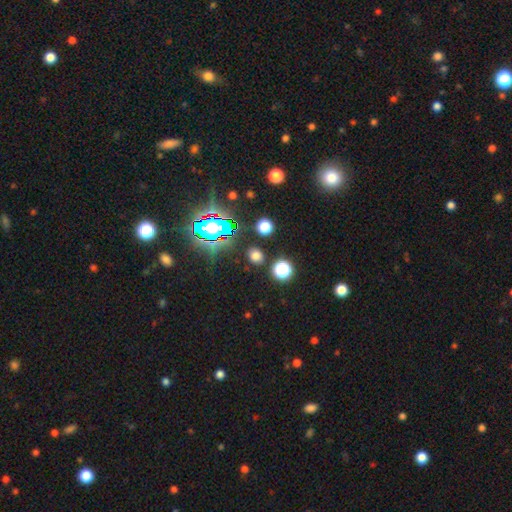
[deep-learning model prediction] The model was most divided on "smooth or featured": smooth: 64%, star or artifact: 30%, featured or disk: 6%. More confident: merging — none (86%); how rounded — round (73%).